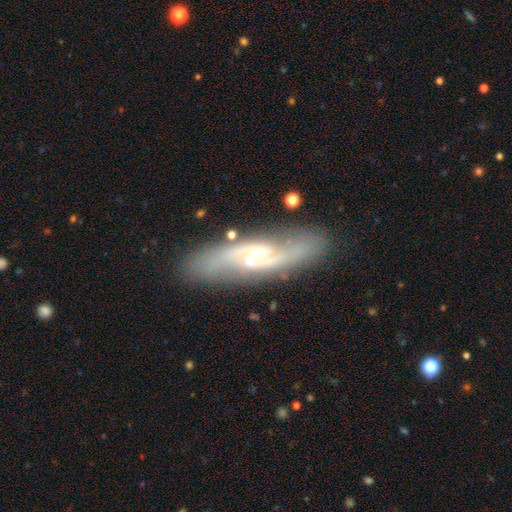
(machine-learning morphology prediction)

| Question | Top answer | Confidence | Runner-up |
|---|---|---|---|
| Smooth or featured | featured or disk | 82% | smooth (12%) |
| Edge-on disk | no | 84% | yes (16%) |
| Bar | weak | 45% | no (39%) |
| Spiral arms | yes | 93% | no (7%) |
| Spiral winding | loose | 45% | medium (39%) |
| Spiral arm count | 2 | 86% | can't tell (8%) |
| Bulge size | small | 60% | moderate (34%) |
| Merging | none | 82% | minor disturbance (12%) |